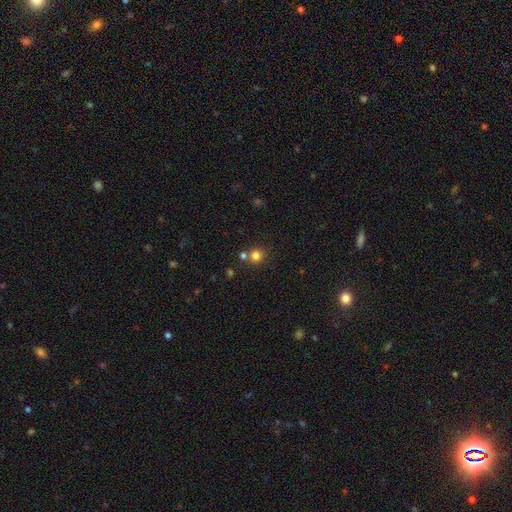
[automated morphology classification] The model was most divided on "merging": none: 66%, merger: 23%, minor disturbance: 7%, major disturbance: 3%. More confident: how rounded — round (90%); smooth or featured — smooth (80%).